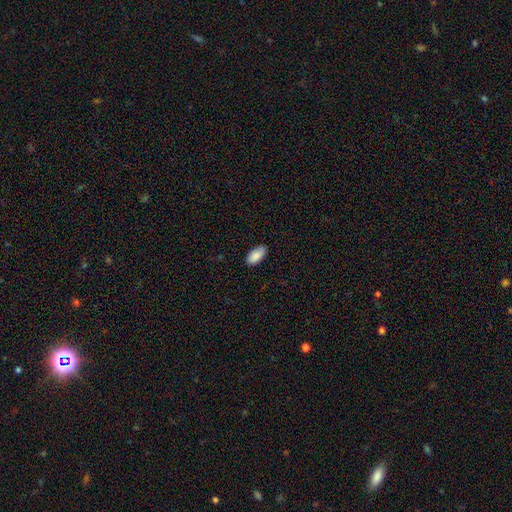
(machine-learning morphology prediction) The model was most divided on "merging": none: 84%, minor disturbance: 13%, major disturbance: 2%, merger: 1%. More confident: how rounded — in between (93%); smooth or featured — smooth (89%).